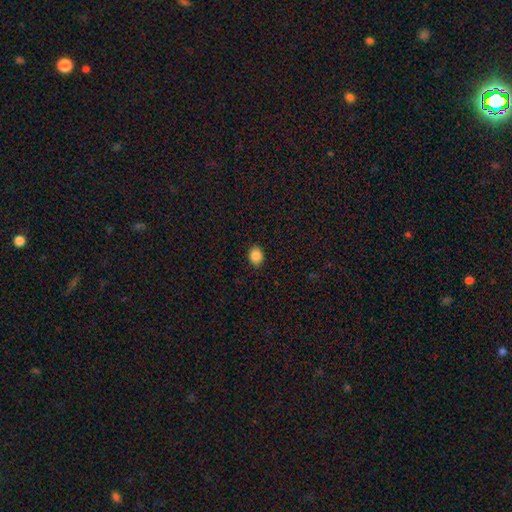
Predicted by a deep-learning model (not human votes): This is clearly a smooth galaxy (87%). How rounded: possibly round (50%). Merging: clearly none (90%).